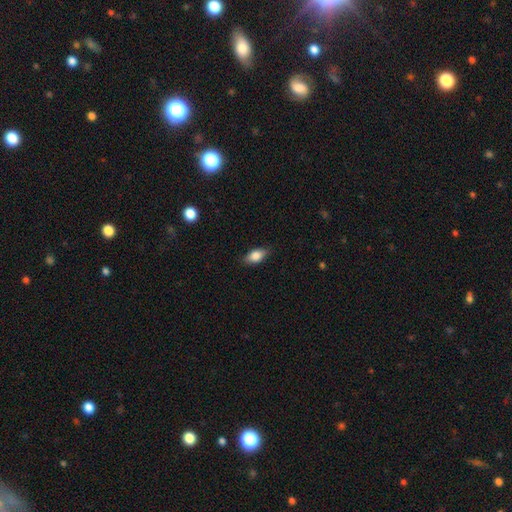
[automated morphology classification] smooth 81%, featured or disk 12%, star or artifact 7%. Down the decision tree: how rounded — in between (86%); merging — none (84%).